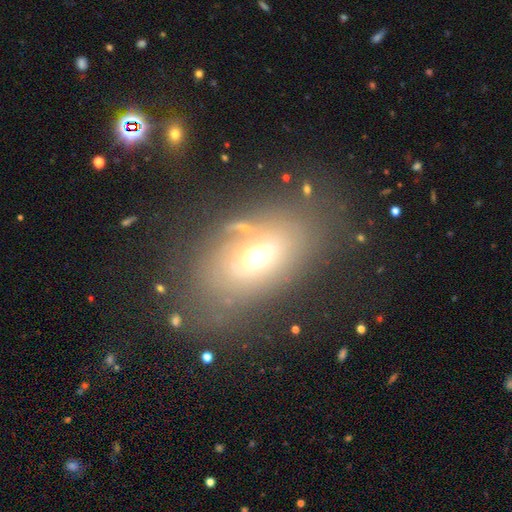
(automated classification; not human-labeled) A smooth galaxy with no disk features (54%) that is in between round and cigar-shaped (82%).

Vote fractions:
- Smooth or featured? smooth: 54% / featured or disk: 31% / star or artifact: 16%
- How rounded? in between: 82% / round: 15% / cigar-shaped: 3%
- Merging? none: 64% / minor disturbance: 18% / major disturbance: 12% / merger: 6%